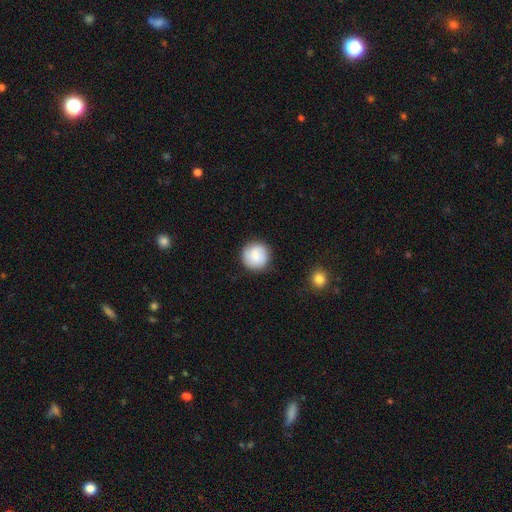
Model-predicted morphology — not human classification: Q: Smooth or featured?
A: smooth (70%); runner-up: featured or disk (23%)
Q: How rounded?
A: round (94%); runner-up: in between (5%)
Q: Merging?
A: none (84%); runner-up: minor disturbance (11%)